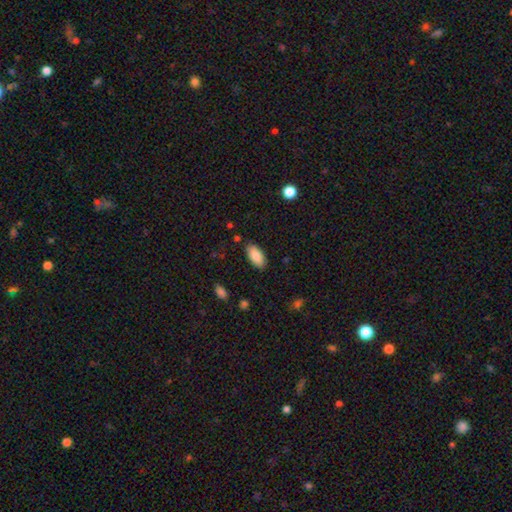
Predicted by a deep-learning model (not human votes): smooth-or-featured: smooth: 87% | featured or disk: 7% | star or artifact: 7%
  how-rounded: in between: 92% | cigar-shaped: 6% | round: 2%
  merging: none: 86% | minor disturbance: 10% | major disturbance: 2% | merger: 1%